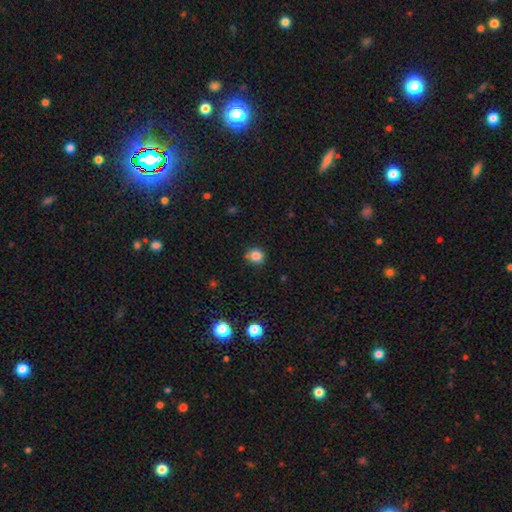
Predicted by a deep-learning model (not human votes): Smooth or featured?
  - smooth: 83% *
  - star or artifact: 12%
  - featured or disk: 5%
How rounded?
  - round: 87% *
  - in between: 12%
  - cigar-shaped: 1%
Merging?
  - none: 79% *
  - minor disturbance: 13%
  - merger: 6%
  - major disturbance: 3%